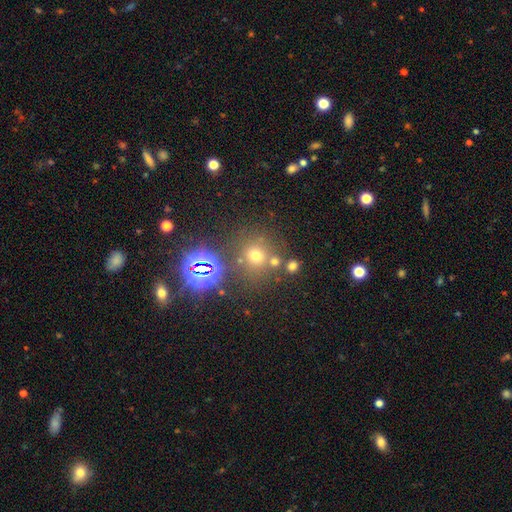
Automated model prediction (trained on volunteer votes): Smooth or featured? smooth (60%)
How rounded? round (88%)
Merging? none (71%)